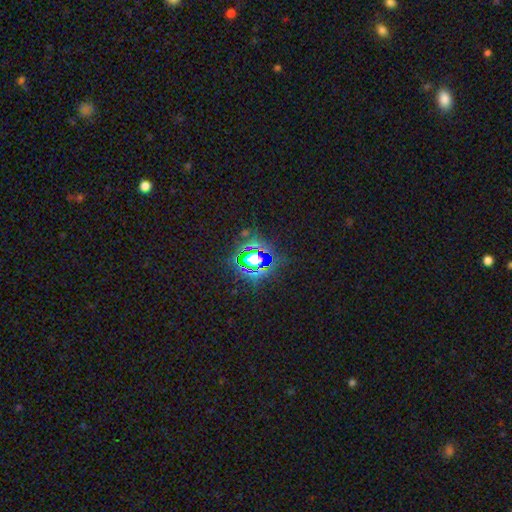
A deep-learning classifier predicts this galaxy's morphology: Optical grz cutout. It shows a star or artifact, not a galaxy (65%).